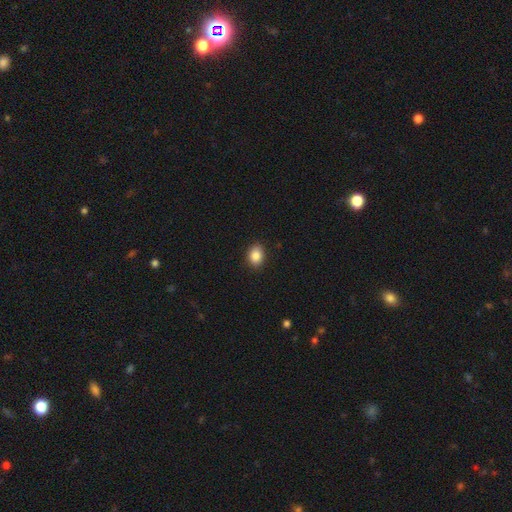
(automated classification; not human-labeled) The model was most divided on "how rounded": in between: 66%, round: 33%, cigar-shaped: 1%. More confident: merging — none (89%); smooth or featured — smooth (87%).